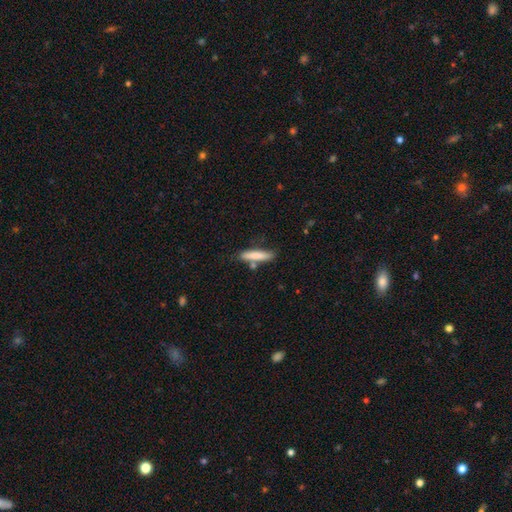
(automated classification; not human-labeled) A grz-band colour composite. It shows a smooth galaxy with no disk features (78%) that is cigar-shaped (85%). Merging: none (70%).